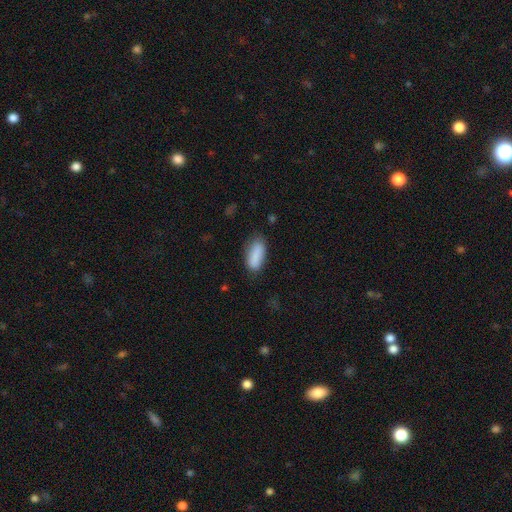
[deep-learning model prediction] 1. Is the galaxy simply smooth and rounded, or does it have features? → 87% smooth, 7% star or artifact, 6% featured or disk.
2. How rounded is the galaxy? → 82% in between, 16% cigar-shaped, 2% round.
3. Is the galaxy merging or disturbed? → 72% none, 20% minor disturbance, 5% major disturbance, 2% merger.